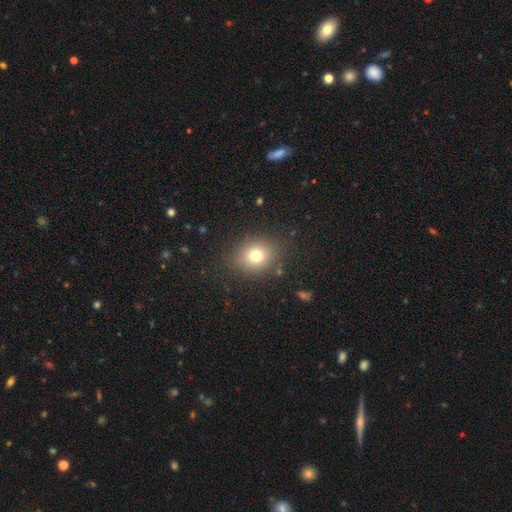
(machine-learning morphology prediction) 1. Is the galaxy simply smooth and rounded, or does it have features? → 75% smooth, 15% star or artifact, 11% featured or disk.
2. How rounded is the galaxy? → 68% round, 31% in between, 1% cigar-shaped.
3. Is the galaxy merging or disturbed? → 85% none, 9% minor disturbance, 4% major disturbance, 1% merger.